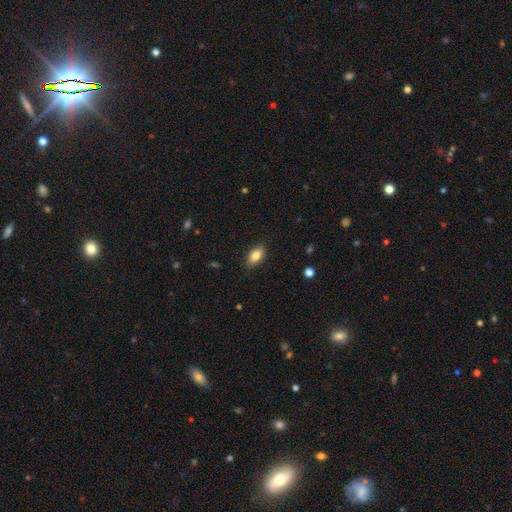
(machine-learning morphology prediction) smooth-or-featured: smooth: 81% | featured or disk: 11% | star or artifact: 8%
  how-rounded: in between: 88% | cigar-shaped: 7% | round: 5%
  merging: none: 87% | minor disturbance: 10% | major disturbance: 2% | merger: 1%